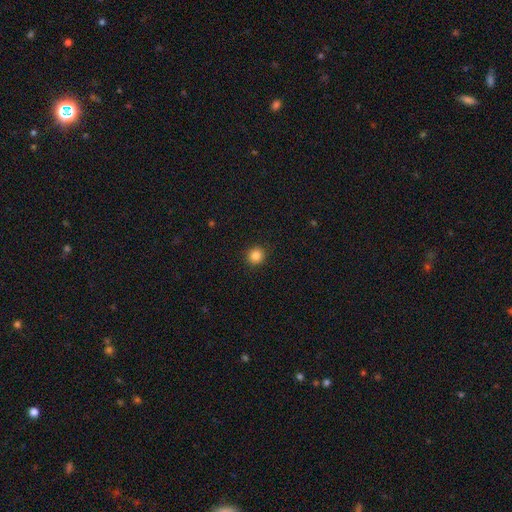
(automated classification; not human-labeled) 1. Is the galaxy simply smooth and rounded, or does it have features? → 84% smooth, 11% star or artifact, 4% featured or disk.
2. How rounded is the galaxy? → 89% round, 10% in between, 1% cigar-shaped.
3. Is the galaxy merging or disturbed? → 91% none, 6% minor disturbance, 2% major disturbance, 1% merger.